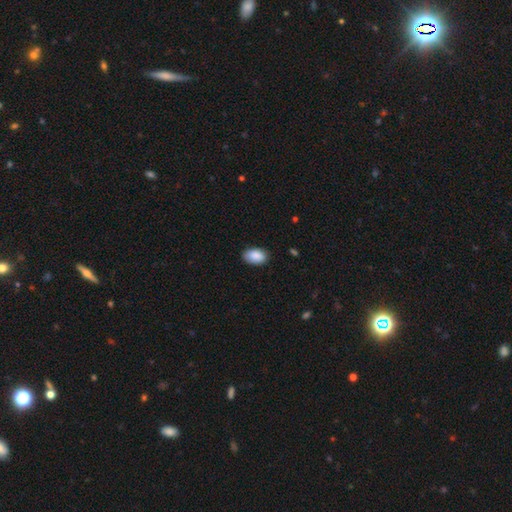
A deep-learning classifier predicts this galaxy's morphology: This appears to be a smooth galaxy with no disk features (90%) that is in between round and cigar-shaped (92%). Merging: none (83%).